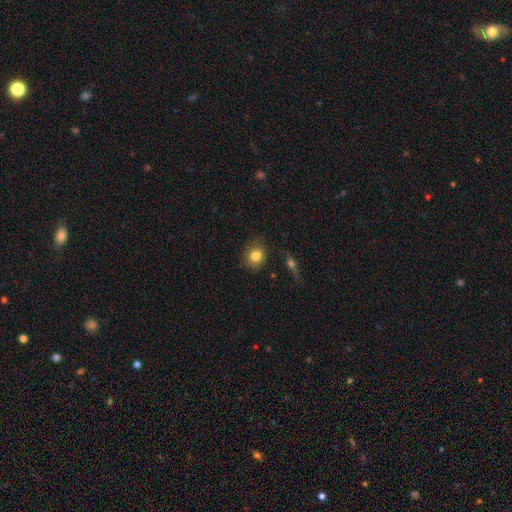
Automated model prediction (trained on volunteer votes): Q: Smooth or featured?
A: smooth (81%); runner-up: star or artifact (10%)
Q: How rounded?
A: round (78%); runner-up: in between (21%)
Q: Merging?
A: none (81%); runner-up: minor disturbance (13%)